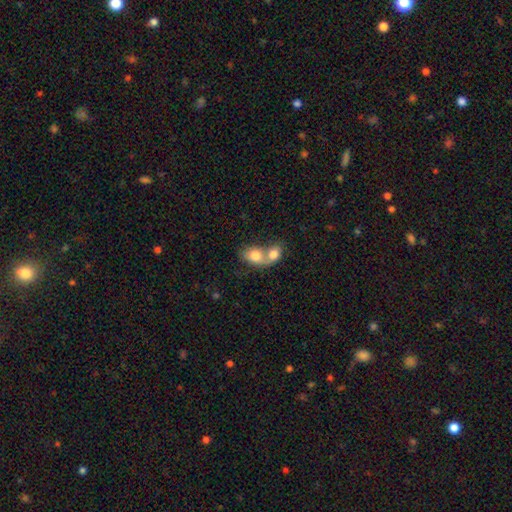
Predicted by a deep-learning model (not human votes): This is likely a smooth galaxy (77%). How rounded: likely in between (67%). Merging: likely merger (77%).